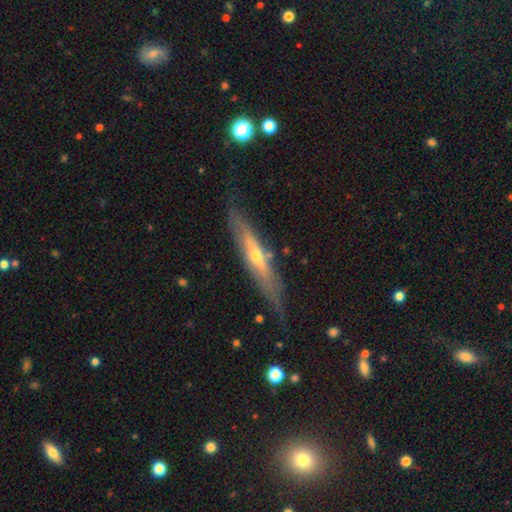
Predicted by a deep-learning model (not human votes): smooth-or-featured: featured or disk: 68% | smooth: 26% | star or artifact: 6%
  disk-edge-on: yes: 80% | no: 20%
    edge-on-bulge: rounded: 79% | none: 18% | boxy: 3%
  merging: none: 72% | minor disturbance: 20% | major disturbance: 6% | merger: 3%